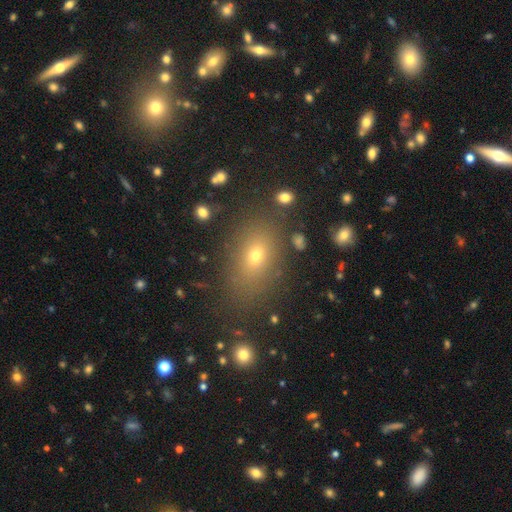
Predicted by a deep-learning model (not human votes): Smooth or featured?
  - smooth: 62% *
  - star or artifact: 23%
  - featured or disk: 14%
How rounded?
  - in between: 77% *
  - round: 20%
  - cigar-shaped: 4%
Merging?
  - none: 83% *
  - minor disturbance: 10%
  - major disturbance: 4%
  - merger: 3%